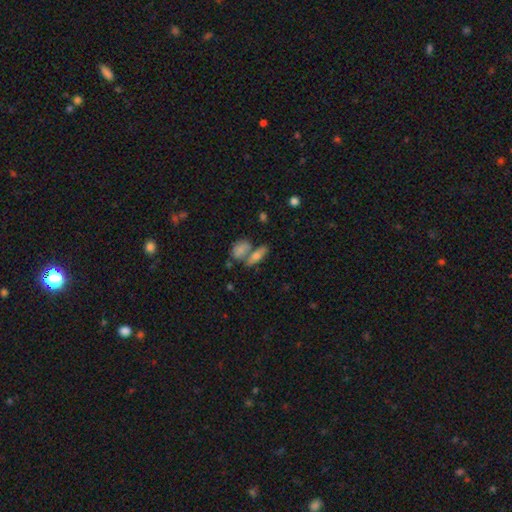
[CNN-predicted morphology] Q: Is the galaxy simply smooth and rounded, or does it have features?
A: smooth — 60%.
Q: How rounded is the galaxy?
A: in between — 59%.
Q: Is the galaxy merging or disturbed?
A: none — 50%.